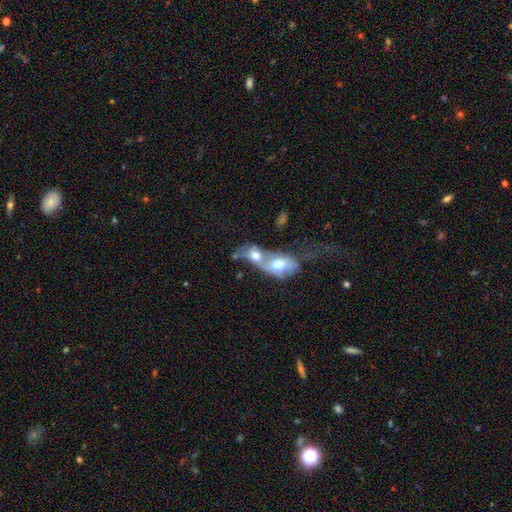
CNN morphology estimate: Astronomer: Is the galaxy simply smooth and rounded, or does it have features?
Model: smooth — 55% (runner-up: featured or disk, 35%).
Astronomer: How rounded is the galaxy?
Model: in between — 65%.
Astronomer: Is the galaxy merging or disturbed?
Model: merger — 81%.